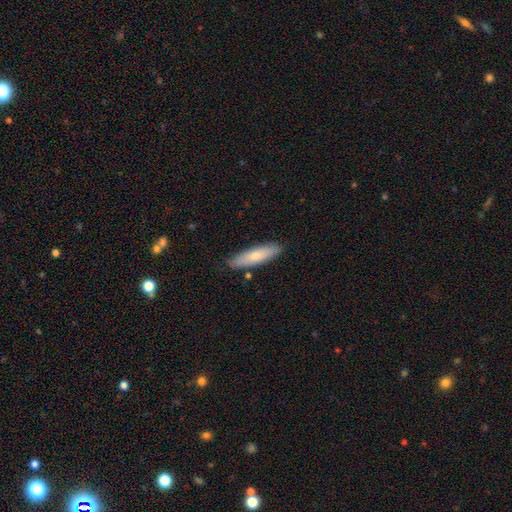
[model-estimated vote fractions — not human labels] Morphology: type=smooth (74%); roundness=cigar-shaped (68%); merging=none (85%).